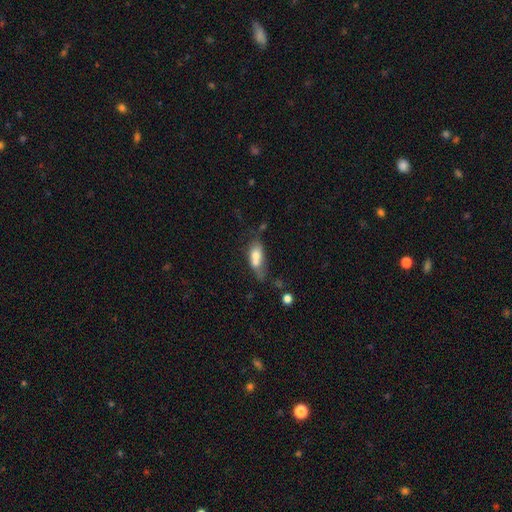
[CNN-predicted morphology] A smooth galaxy with no disk features (66%) that is in between round and cigar-shaped (76%).

Vote fractions:
- Smooth or featured? smooth: 66% / featured or disk: 25% / star or artifact: 9%
- How rounded? in between: 76% / cigar-shaped: 16% / round: 8%
- Merging? merger: 45% / none: 25% / minor disturbance: 18% / major disturbance: 13%